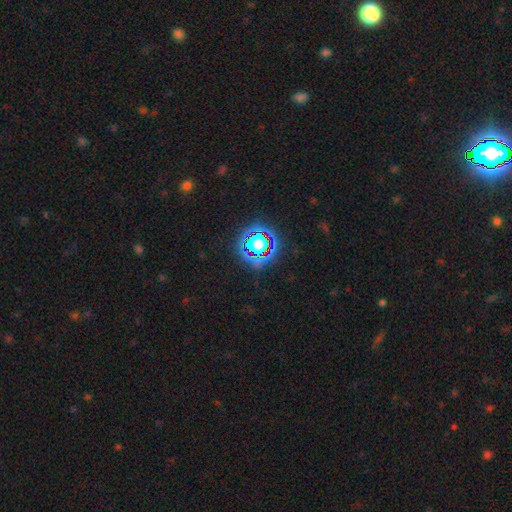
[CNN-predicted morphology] smooth_or_featured: star or artifact (p=0.79) [alt: smooth p=0.13]